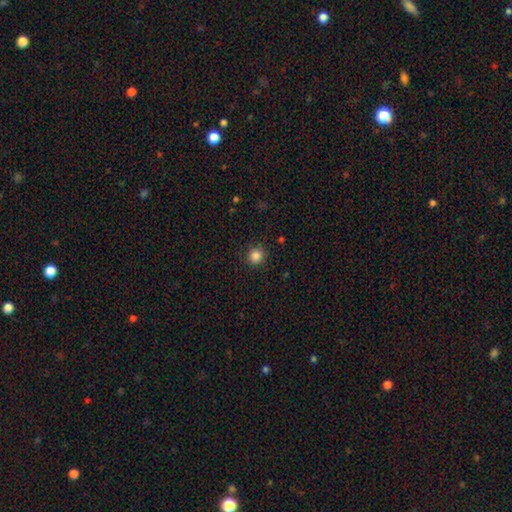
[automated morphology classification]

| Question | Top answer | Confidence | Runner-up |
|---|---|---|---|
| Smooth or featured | smooth | 86% | star or artifact (11%) |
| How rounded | round | 93% | in between (7%) |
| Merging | none | 90% | minor disturbance (7%) |